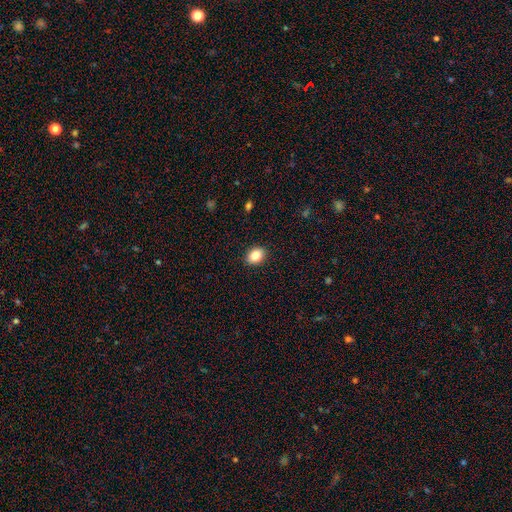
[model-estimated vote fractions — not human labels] The model was most divided on "how rounded": in between: 69%, round: 30%, cigar-shaped: 1%. More confident: merging — none (90%); smooth or featured — smooth (86%).